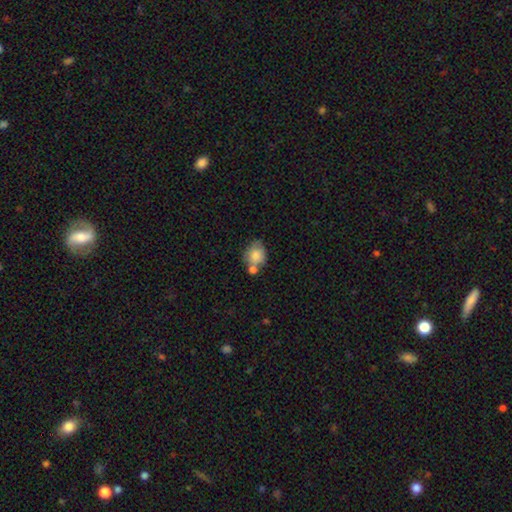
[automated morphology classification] smooth 81%, featured or disk 11%, star or artifact 8%. Down the decision tree: how rounded — round (53%); merging — none (43%).